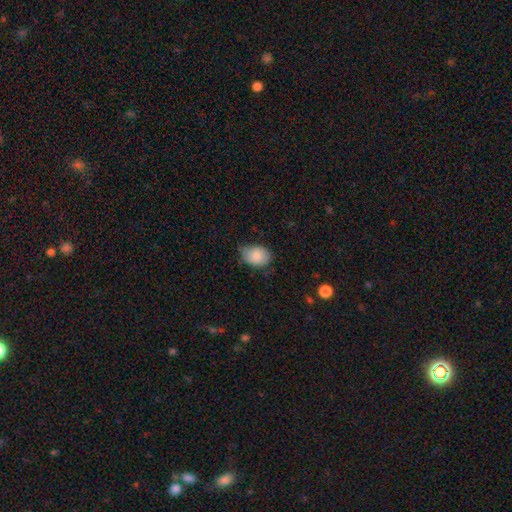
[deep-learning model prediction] This appears to be a smooth galaxy with no disk features (85%) that is in between round and cigar-shaped (71%). Merging: none (58%).